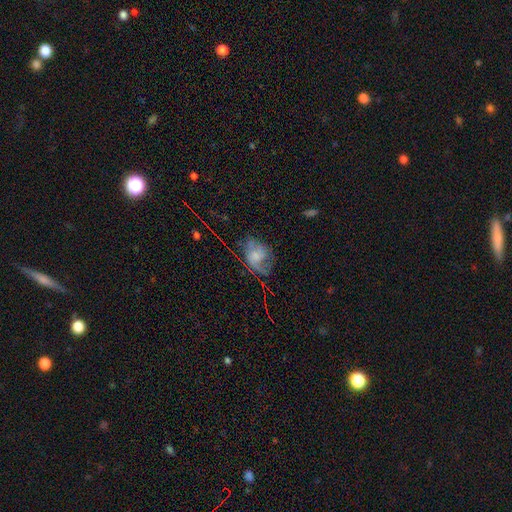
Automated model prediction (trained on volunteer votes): smooth-or-featured: featured or disk: 47% | smooth: 41% | star or artifact: 12%
  merging: none: 44% | minor disturbance: 27% | major disturbance: 27% | merger: 2%